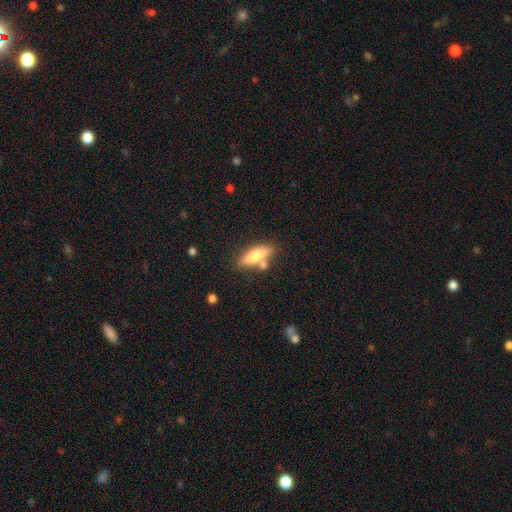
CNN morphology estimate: This is likely a smooth galaxy (67%). How rounded: possibly in between (52%). Merging: likely none (67%).